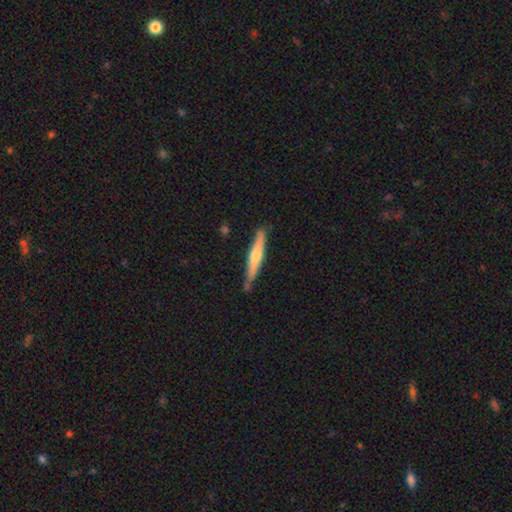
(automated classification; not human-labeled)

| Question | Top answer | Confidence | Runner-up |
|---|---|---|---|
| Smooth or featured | smooth | 49% | featured or disk (45%) |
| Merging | none | 79% | minor disturbance (15%) |